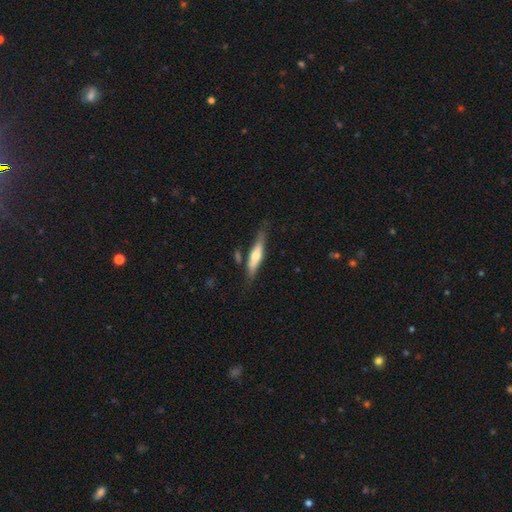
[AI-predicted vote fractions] smooth_or_featured: featured or disk (p=0.47) [tied with: smooth p=0.47]
merging: none (p=0.72) [alt: minor disturbance p=0.18]